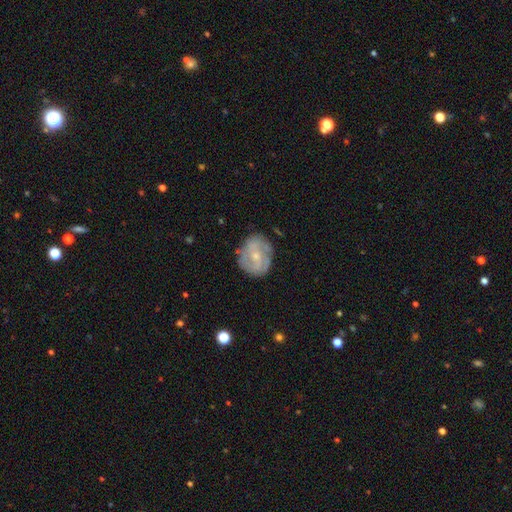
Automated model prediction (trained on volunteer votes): Smooth or featured: featured or disk — 65% (smooth — 28%)
Edge-on disk: no — 97% (yes — 3%)
Bar: no — 62% (weak — 31%)
Spiral arms: yes — 78% (no — 22%)
Bulge size: small — 60% (moderate — 35%)
Merging: none — 72% (minor disturbance — 20%)